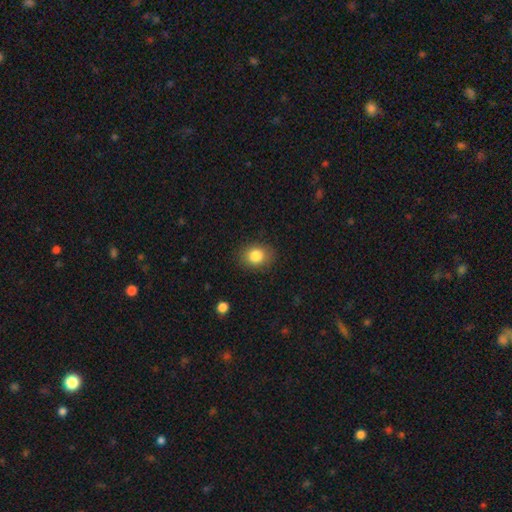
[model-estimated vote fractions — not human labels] Smooth or featured? Predicted: smooth (p=0.83). How rounded? Predicted: round (p=0.54). Merging? Predicted: none (p=0.86).